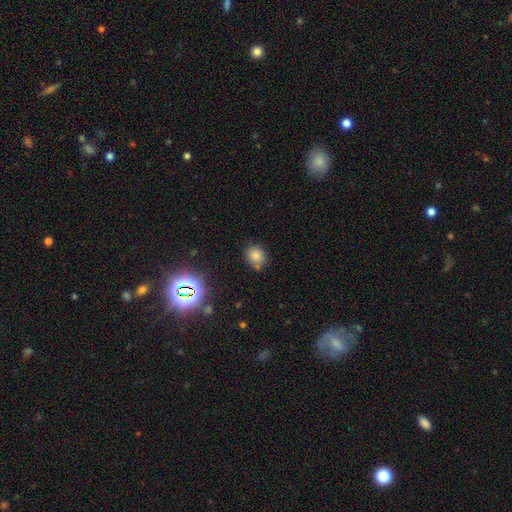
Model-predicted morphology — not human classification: This appears to be a smooth galaxy with no disk features (78%) that is round (70%). Merging: none (71%).